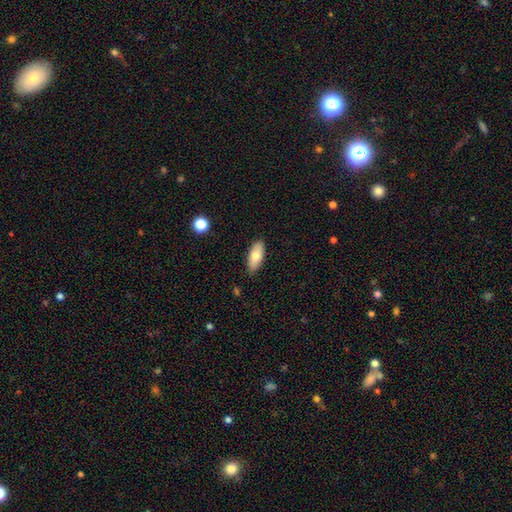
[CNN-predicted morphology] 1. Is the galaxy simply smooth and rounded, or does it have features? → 75% smooth, 18% featured or disk, 7% star or artifact.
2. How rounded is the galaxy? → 84% in between, 14% cigar-shaped, 3% round.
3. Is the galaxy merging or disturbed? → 87% none, 10% minor disturbance, 2% major disturbance, 1% merger.